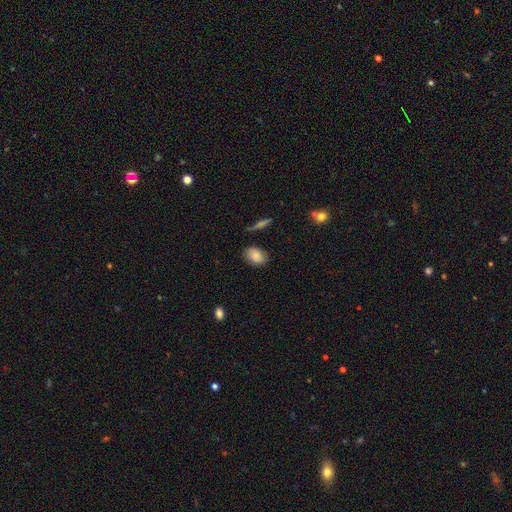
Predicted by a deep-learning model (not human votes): smooth_or_featured: smooth (p=0.78) [alt: featured or disk p=0.14]
how_rounded: in between (p=0.84) [alt: round p=0.14]
merging: none (p=0.75) [alt: minor disturbance p=0.19]